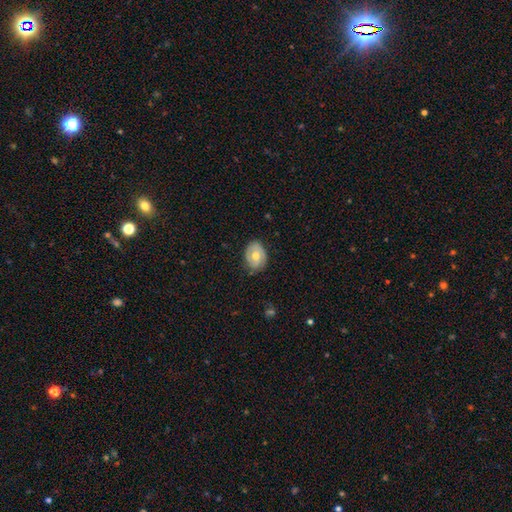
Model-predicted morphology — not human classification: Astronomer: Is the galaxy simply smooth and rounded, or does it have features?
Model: smooth — 54% (runner-up: featured or disk, 38%).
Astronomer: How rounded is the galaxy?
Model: in between — 66%.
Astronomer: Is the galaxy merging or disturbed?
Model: none — 78%.